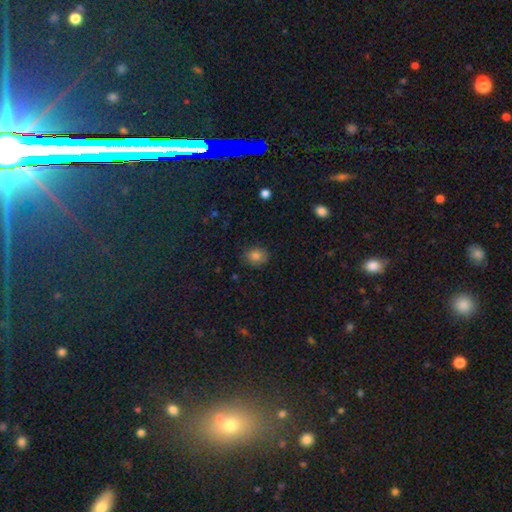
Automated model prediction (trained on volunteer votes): smooth-or-featured: smooth: 82% | star or artifact: 12% | featured or disk: 7%
  how-rounded: round: 51% | in between: 48% | cigar-shaped: 1%
  merging: none: 82% | minor disturbance: 14% | major disturbance: 3% | merger: 1%